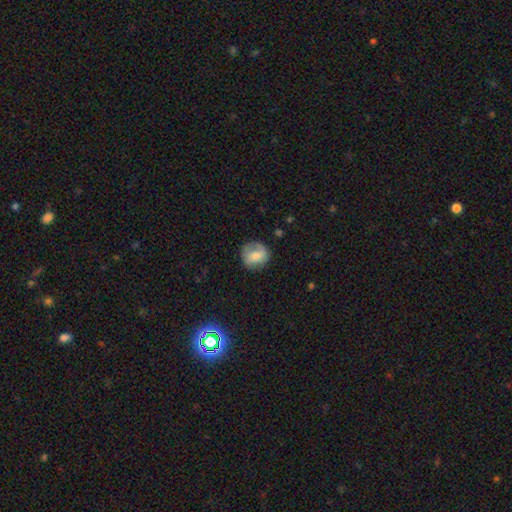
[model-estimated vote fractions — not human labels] Q: Smooth or featured?
A: smooth (63%); runner-up: featured or disk (30%)
Q: How rounded?
A: round (85%); runner-up: in between (14%)
Q: Merging?
A: none (72%); runner-up: minor disturbance (19%)